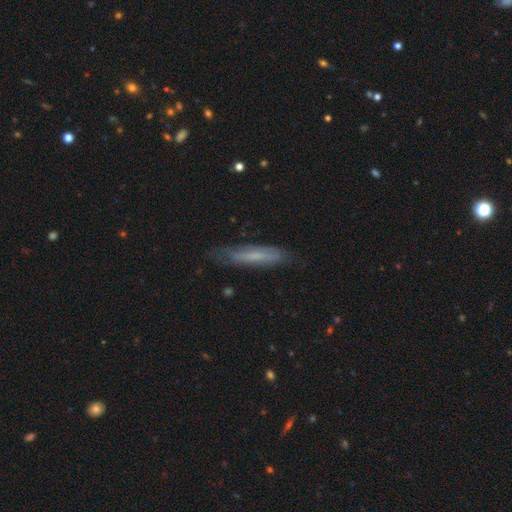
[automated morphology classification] Smooth or featured?
  - smooth: 48% *
  - featured or disk: 45%
  - star or artifact: 8%
Merging?
  - none: 74% *
  - minor disturbance: 20%
  - major disturbance: 5%
  - merger: 2%